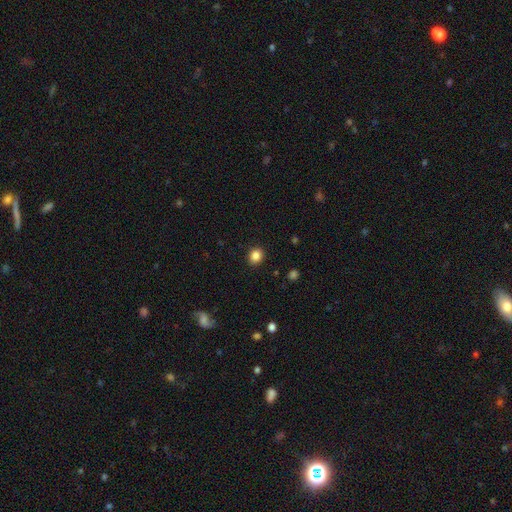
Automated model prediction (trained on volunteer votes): smooth 86%, star or artifact 10%, featured or disk 4%. Down the decision tree: how rounded — round (71%); merging — none (91%).